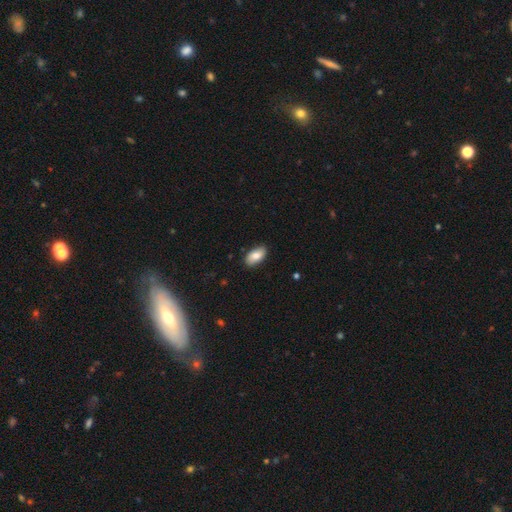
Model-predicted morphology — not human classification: type=smooth (82%); roundness=in between (94%); merging=none (85%).